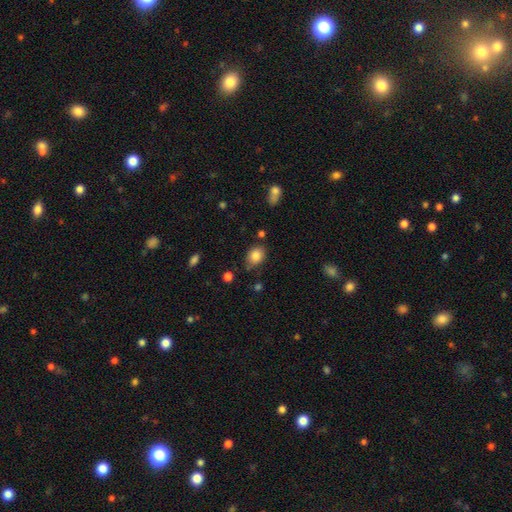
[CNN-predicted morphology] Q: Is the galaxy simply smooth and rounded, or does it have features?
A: smooth — 84%.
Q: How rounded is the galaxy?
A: in between — 62%.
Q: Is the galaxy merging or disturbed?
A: none — 71%.